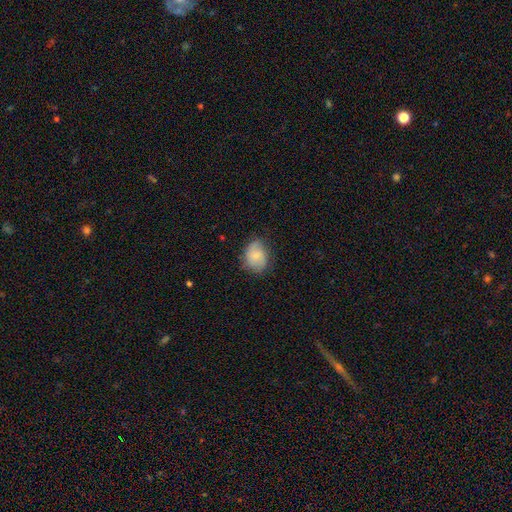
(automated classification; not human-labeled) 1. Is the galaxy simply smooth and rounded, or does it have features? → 67% smooth, 25% featured or disk, 8% star or artifact.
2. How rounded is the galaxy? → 56% in between, 43% round, 1% cigar-shaped.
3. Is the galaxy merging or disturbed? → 67% none, 25% minor disturbance, 6% major disturbance, 1% merger.